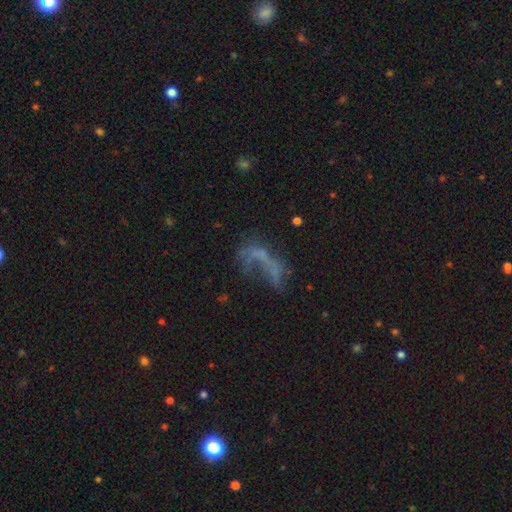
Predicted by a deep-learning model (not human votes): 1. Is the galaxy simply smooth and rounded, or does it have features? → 45% featured or disk, 33% smooth, 22% star or artifact.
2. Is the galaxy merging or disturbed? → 40% major disturbance, 31% none, 15% merger, 14% minor disturbance.